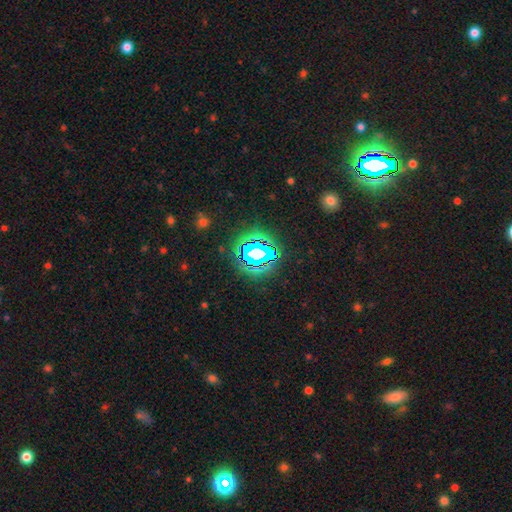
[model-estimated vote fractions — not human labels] Smooth or featured? star or artifact (70%)